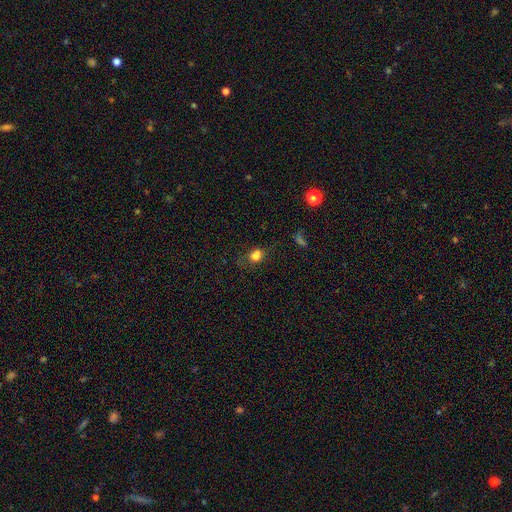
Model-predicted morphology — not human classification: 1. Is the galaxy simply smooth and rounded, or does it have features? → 73% smooth, 17% star or artifact, 10% featured or disk.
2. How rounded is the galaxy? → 53% round, 45% in between, 2% cigar-shaped.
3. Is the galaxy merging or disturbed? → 50% none, 21% minor disturbance, 16% merger, 13% major disturbance.